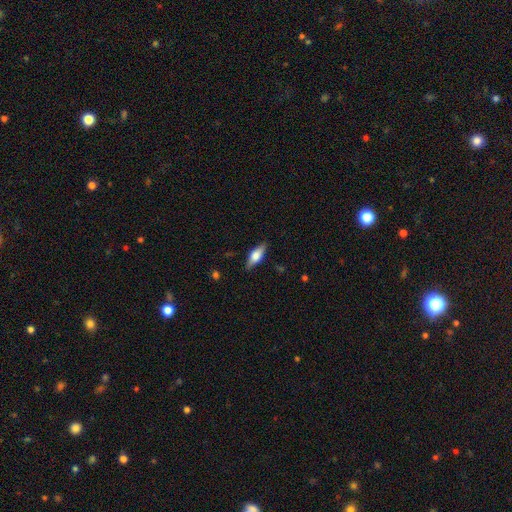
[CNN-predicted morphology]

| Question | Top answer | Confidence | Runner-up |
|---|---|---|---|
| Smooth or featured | smooth | 57% | featured or disk (36%) |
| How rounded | in between | 66% | cigar-shaped (31%) |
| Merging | none | 84% | minor disturbance (12%) |